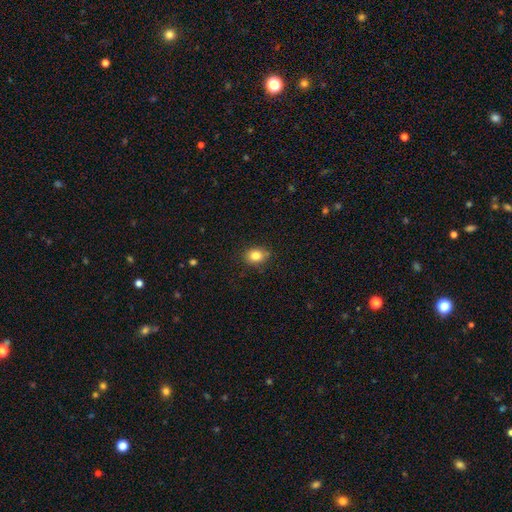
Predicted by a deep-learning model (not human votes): This is clearly a smooth galaxy (83%). How rounded: possibly round (50%). Merging: clearly none (84%).